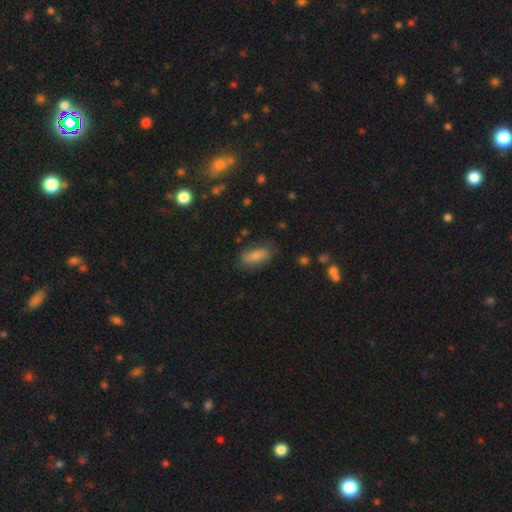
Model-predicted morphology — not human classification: smooth_or_featured: smooth (p=0.76) [alt: featured or disk p=0.17]
how_rounded: in between (p=0.80) [alt: cigar-shaped p=0.17]
merging: none (p=0.71) [alt: minor disturbance p=0.21]